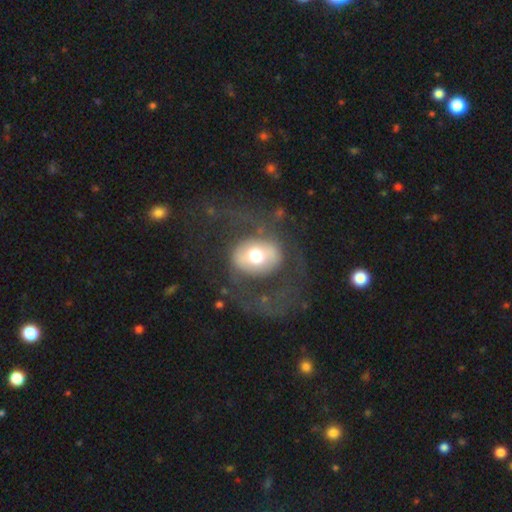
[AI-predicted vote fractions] Morphology: type=featured or disk (48%); merging=none (54%).